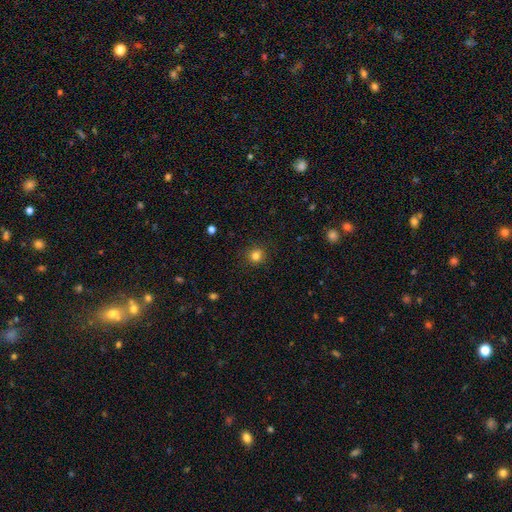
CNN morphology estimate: This appears to be a smooth galaxy with no disk features (81%) that is round (90%). Merging: none (88%).